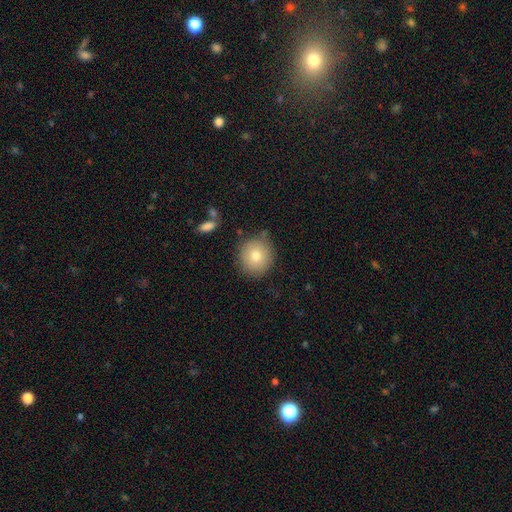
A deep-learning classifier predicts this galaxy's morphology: Smooth or featured: smooth — 77% (featured or disk — 13%)
How rounded: round — 88% (in between — 11%)
Merging: none — 82% (minor disturbance — 12%)